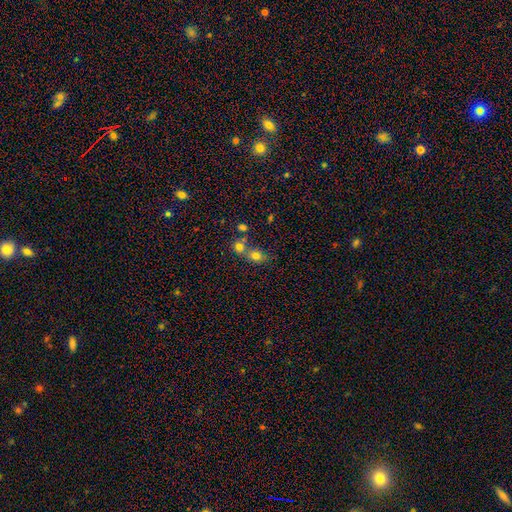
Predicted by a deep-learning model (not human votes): A smooth galaxy with no disk features (74%) that is round (55%). Merging: merger (44%).